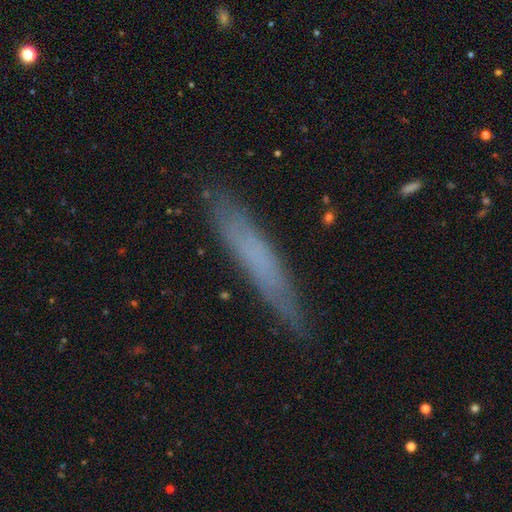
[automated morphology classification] A smooth galaxy with no disk features (59%) that is cigar-shaped (93%).

Vote fractions:
- Smooth or featured? smooth: 59% / featured or disk: 33% / star or artifact: 8%
- How rounded? cigar-shaped: 93% / in between: 6% / round: 1%
- Merging? none: 84% / minor disturbance: 13% / major disturbance: 2% / merger: 1%